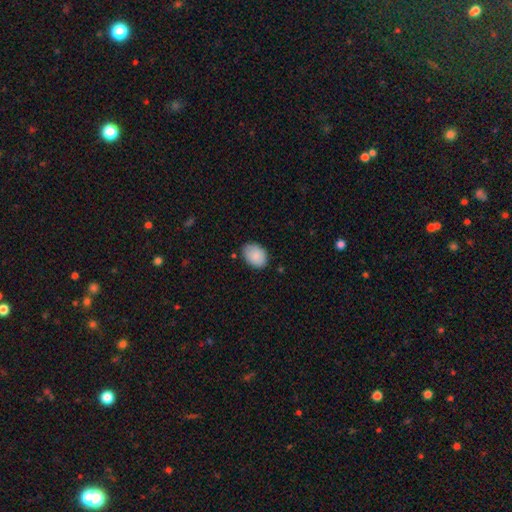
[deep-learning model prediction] Morphology: type=smooth (88%); roundness=in between (81%); merging=none (80%).